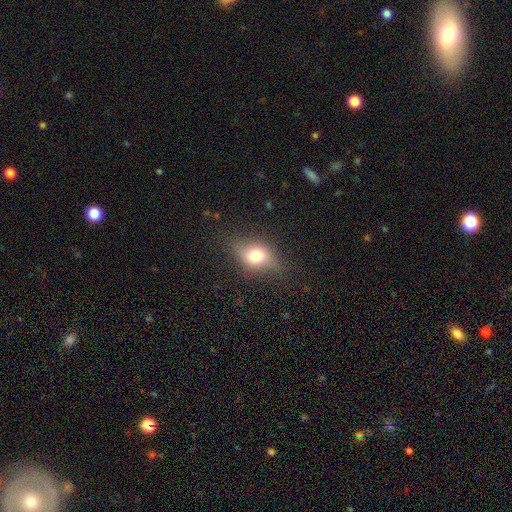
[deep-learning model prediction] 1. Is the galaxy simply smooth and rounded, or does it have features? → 61% smooth, 29% featured or disk, 10% star or artifact.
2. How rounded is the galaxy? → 70% in between, 25% round, 5% cigar-shaped.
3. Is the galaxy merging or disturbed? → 67% none, 23% minor disturbance, 9% major disturbance, 1% merger.